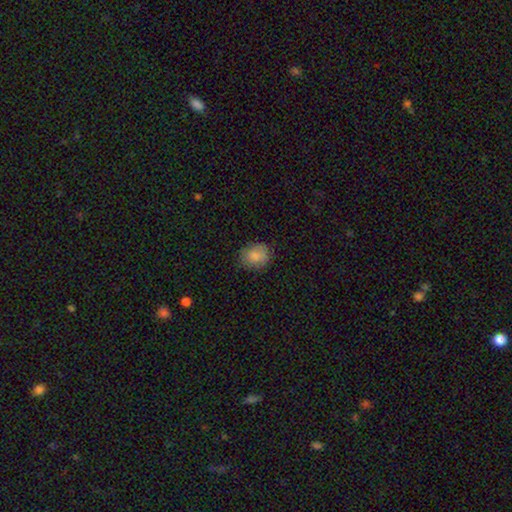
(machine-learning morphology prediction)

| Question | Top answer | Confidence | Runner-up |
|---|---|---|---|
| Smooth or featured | smooth | 82% | featured or disk (10%) |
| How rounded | round | 59% | in between (40%) |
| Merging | none | 76% | minor disturbance (18%) |